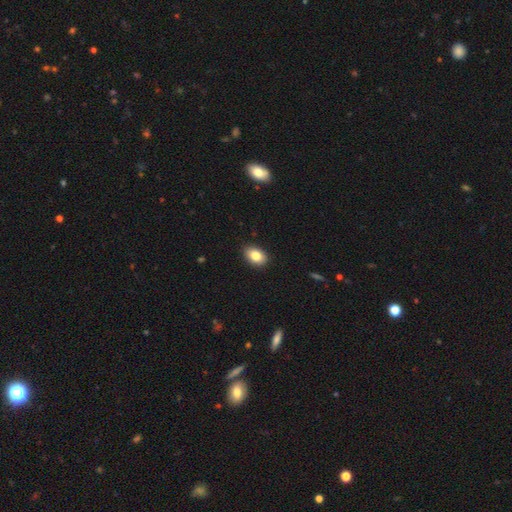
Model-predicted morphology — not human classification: A smooth galaxy with no disk features (83%) that is in between round and cigar-shaped (84%).

Vote fractions:
- Smooth or featured? smooth: 83% / featured or disk: 9% / star or artifact: 8%
- How rounded? in between: 84% / round: 15% / cigar-shaped: 1%
- Merging? none: 89% / minor disturbance: 8% / major disturbance: 2% / merger: 1%